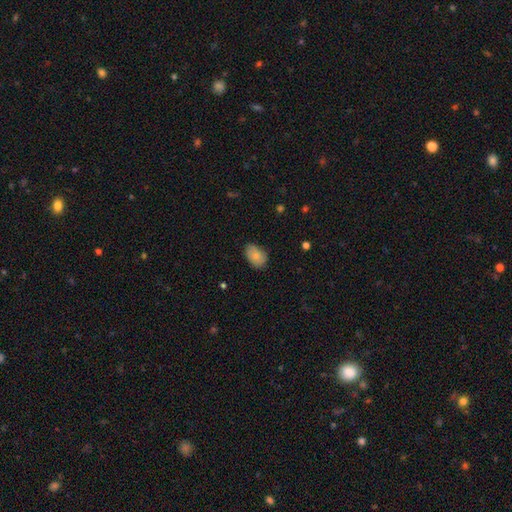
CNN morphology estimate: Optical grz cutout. It shows a smooth galaxy with no disk features (80%) that is in between round and cigar-shaped (84%). Merging: none (72%).